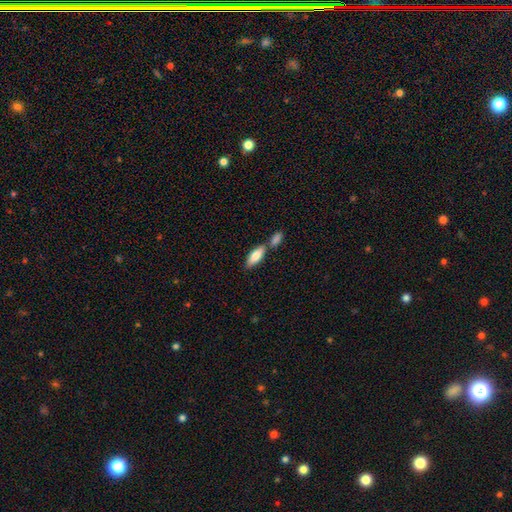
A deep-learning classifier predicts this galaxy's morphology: Smooth or featured?
  - smooth: 79% *
  - featured or disk: 15%
  - star or artifact: 6%
How rounded?
  - in between: 74% *
  - cigar-shaped: 23%
  - round: 2%
Merging?
  - none: 54% *
  - merger: 33%
  - minor disturbance: 10%
  - major disturbance: 3%